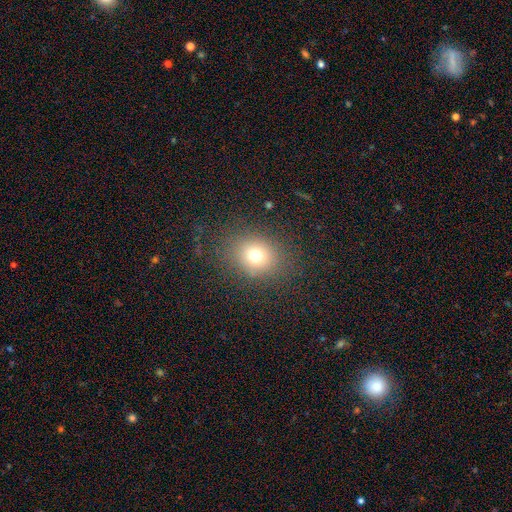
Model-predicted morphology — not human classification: Overall: smooth (73%). How rounded: round (66%; in between 33%). Merging: none (84%).